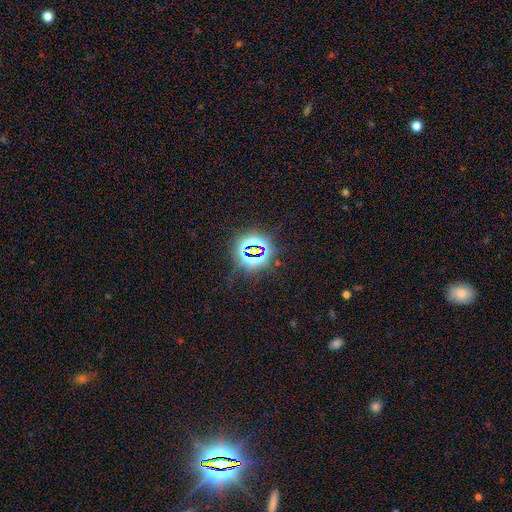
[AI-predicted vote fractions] A star or artifact, not a galaxy (78%).